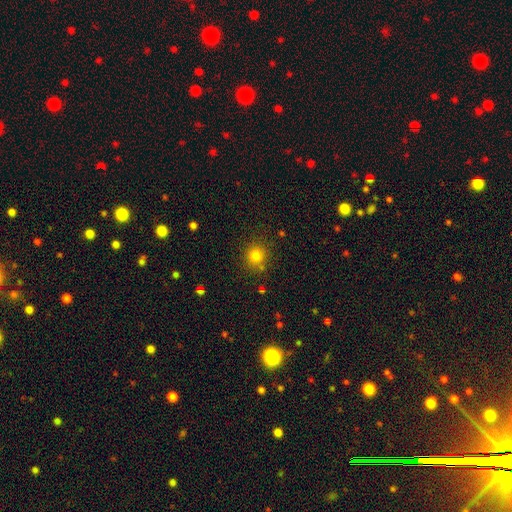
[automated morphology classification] Smooth or featured?
  - smooth: 80% *
  - star or artifact: 14%
  - featured or disk: 6%
How rounded?
  - round: 91% *
  - in between: 8%
  - cigar-shaped: 1%
Merging?
  - none: 83% *
  - minor disturbance: 9%
  - merger: 5%
  - major disturbance: 3%